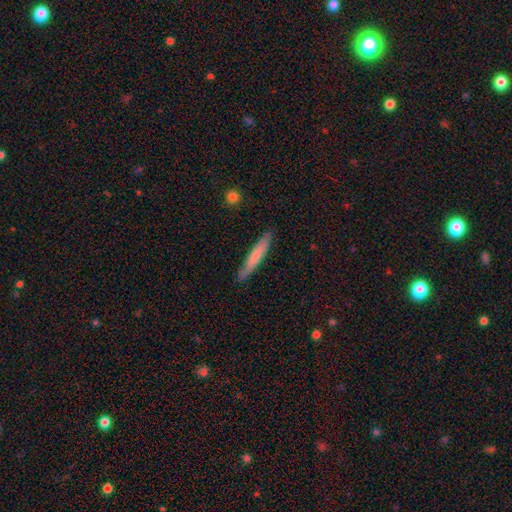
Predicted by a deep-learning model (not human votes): smooth_or_featured: smooth (p=0.66) [alt: featured or disk p=0.28]
how_rounded: cigar-shaped (p=0.93) [alt: in between p=0.05]
merging: none (p=0.85) [alt: minor disturbance p=0.11]